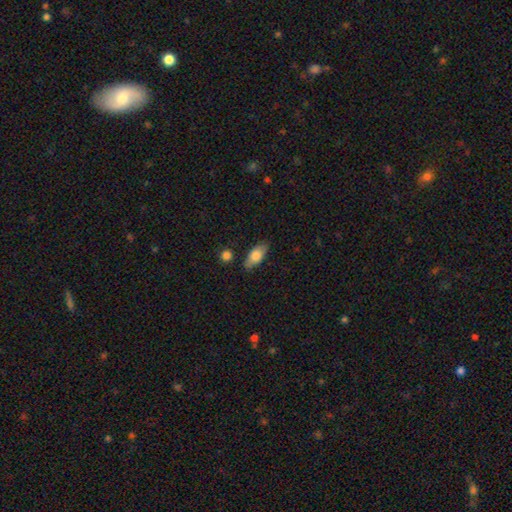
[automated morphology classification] Overall: smooth (74%). How rounded: in between (81%). Merging: none (79%).